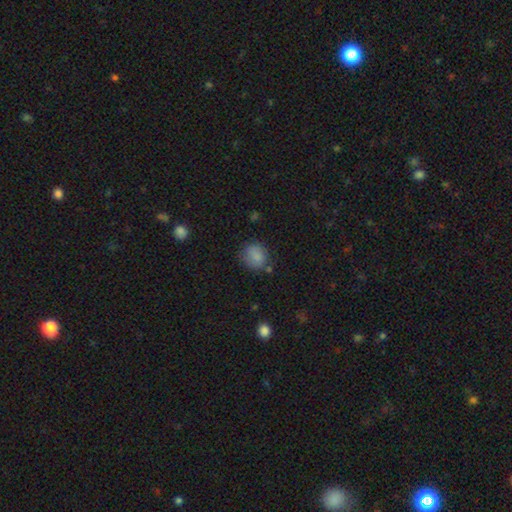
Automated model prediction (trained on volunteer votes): The model was most divided on "how rounded": round: 75%, in between: 24%, cigar-shaped: 1%. More confident: smooth or featured — smooth (83%); merging — none (71%).